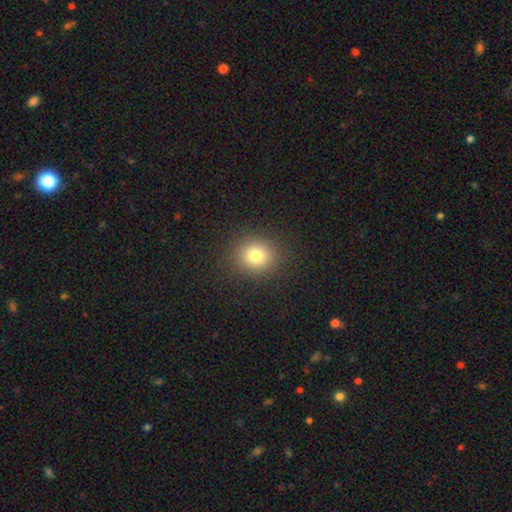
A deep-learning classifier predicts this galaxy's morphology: smooth_or_featured: smooth (p=0.78) [alt: star or artifact p=0.14]
how_rounded: round (p=0.83) [alt: in between p=0.16]
merging: none (p=0.90) [alt: minor disturbance p=0.06]